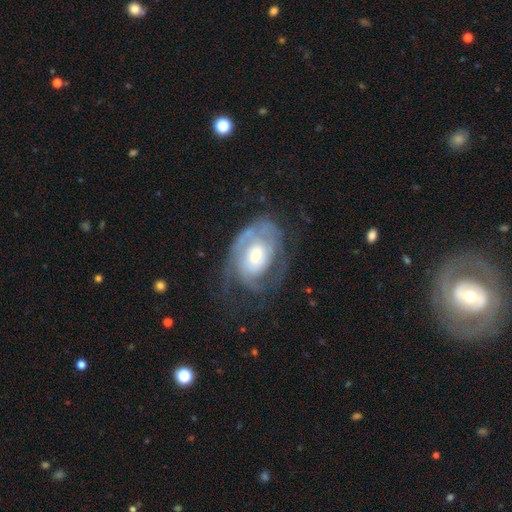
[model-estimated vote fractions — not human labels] A featured or disk galaxy (78%) with no bar (68%), tight (55%) spiral arms (86%) and a moderate central bulge (47%).

Vote fractions:
- Smooth or featured? featured or disk: 78% / smooth: 16% / star or artifact: 6%
- Edge-on disk? no: 96% / yes: 4%
- Bar? no: 68% / weak: 26% / strong: 6%
- Spiral arms? yes: 86% / no: 14%
- Spiral winding? tight: 55% / medium: 31% / loose: 14%
- Spiral arm count? can't tell: 41% / 2: 29% / 3: 11% / 1: 11% / 4: 5% / more than 4: 3%
- Bulge size? moderate: 47% / small: 42% / large: 8% / dominant: 2% / none: 1%
- Merging? none: 48% / major disturbance: 27% / minor disturbance: 23% / merger: 2%